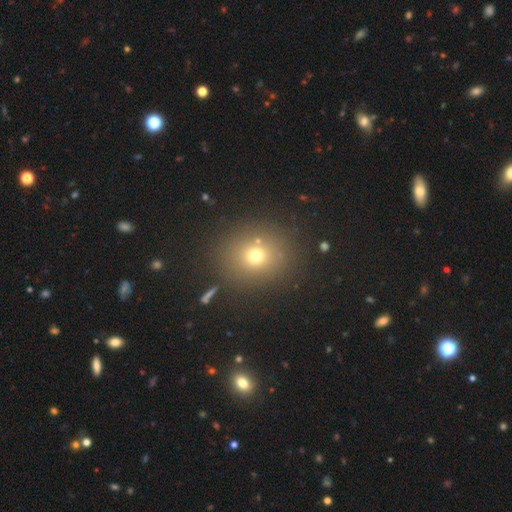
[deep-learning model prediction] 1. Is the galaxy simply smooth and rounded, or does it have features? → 69% smooth, 20% star or artifact, 11% featured or disk.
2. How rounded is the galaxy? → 77% round, 22% in between, 1% cigar-shaped.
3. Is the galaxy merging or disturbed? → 83% none, 9% minor disturbance, 5% merger, 4% major disturbance.